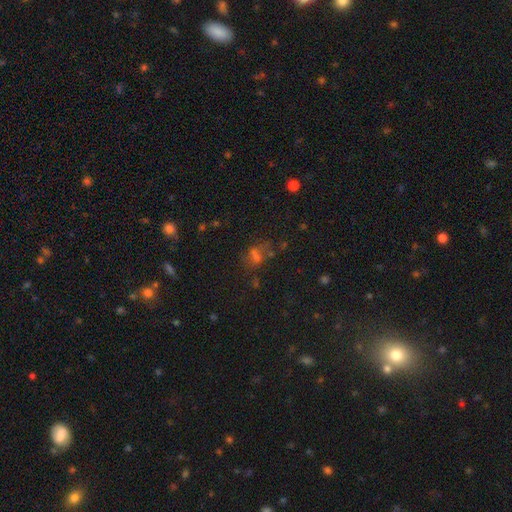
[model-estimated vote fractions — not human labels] A smooth galaxy with no disk features (42%).

Vote fractions:
- Smooth or featured? smooth: 42% / star or artifact: 37% / featured or disk: 21%
- Merging? none: 50% / merger: 19% / minor disturbance: 16% / major disturbance: 15%